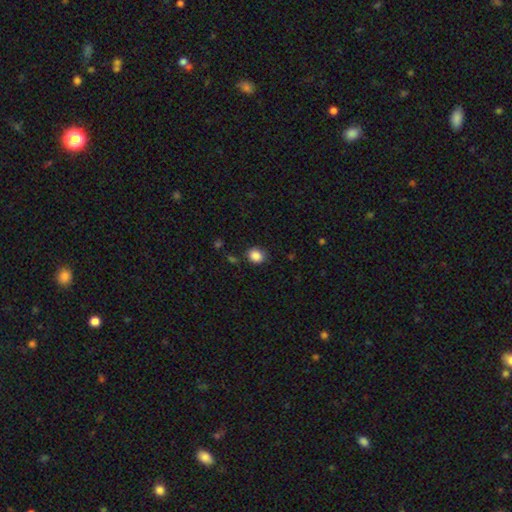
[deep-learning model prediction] Overall: smooth (87%). How rounded: round (61%; in between 39%). Merging: none (82%).